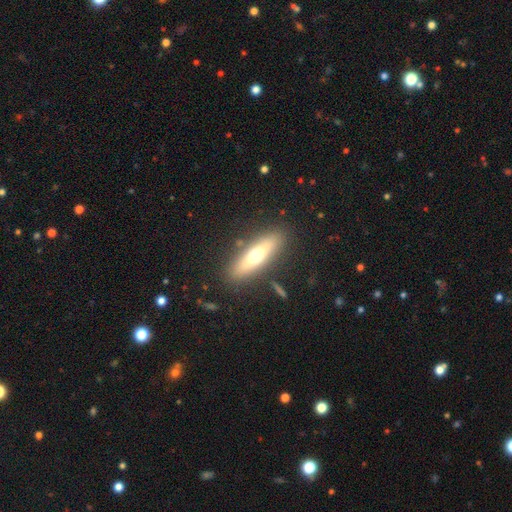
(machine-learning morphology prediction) smooth_or_featured: smooth (p=0.52) [alt: featured or disk p=0.41]
how_rounded: cigar-shaped (p=0.62) [alt: in between p=0.35]
merging: none (p=0.84) [alt: minor disturbance p=0.10]